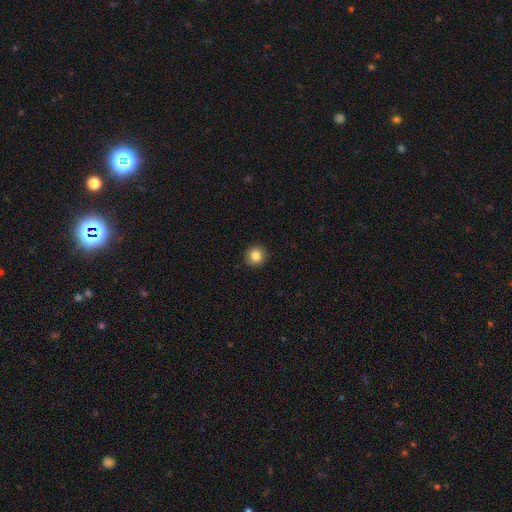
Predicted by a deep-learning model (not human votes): A smooth galaxy with no disk features (84%) that is round (93%). Merging: none (93%).